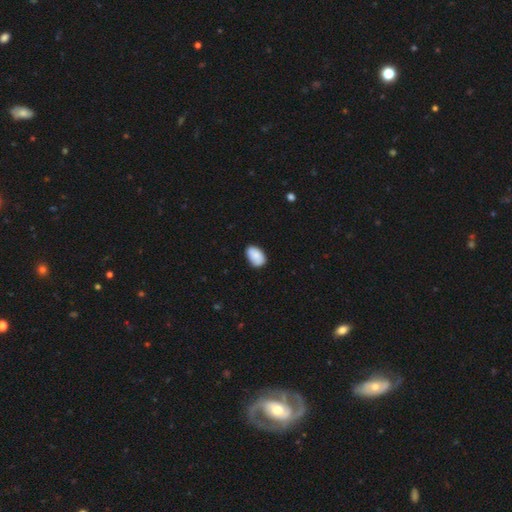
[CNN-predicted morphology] type=smooth (89%); roundness=in between (92%); merging=none (80%).